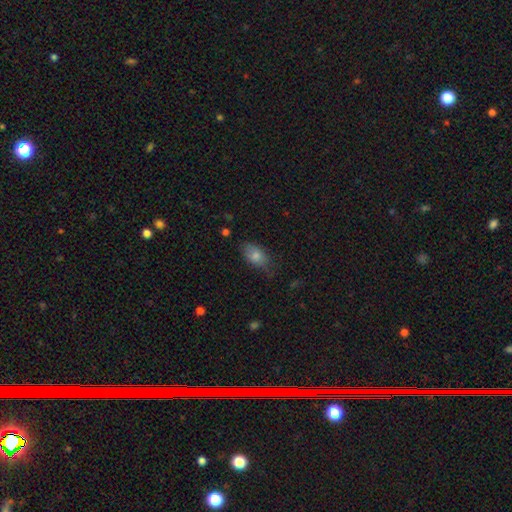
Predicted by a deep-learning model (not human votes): smooth-or-featured: smooth: 81% | featured or disk: 11% | star or artifact: 8%
  how-rounded: in between: 89% | round: 9% | cigar-shaped: 3%
  merging: none: 65% | minor disturbance: 26% | major disturbance: 7% | merger: 2%